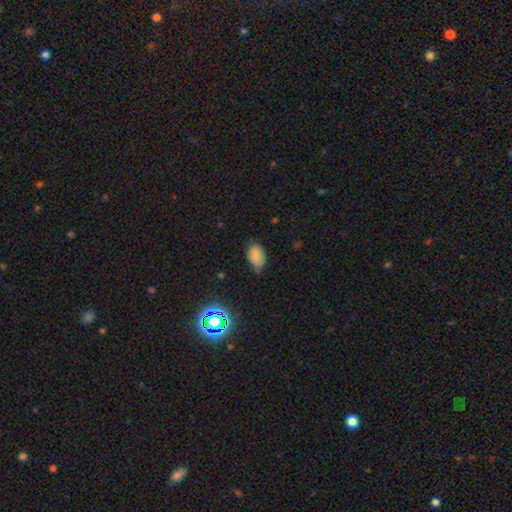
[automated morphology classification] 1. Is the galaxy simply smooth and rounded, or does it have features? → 78% smooth, 14% star or artifact, 7% featured or disk.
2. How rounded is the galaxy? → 86% in between, 13% round, 1% cigar-shaped.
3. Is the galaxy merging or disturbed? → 51% none, 39% minor disturbance, 7% major disturbance, 3% merger.